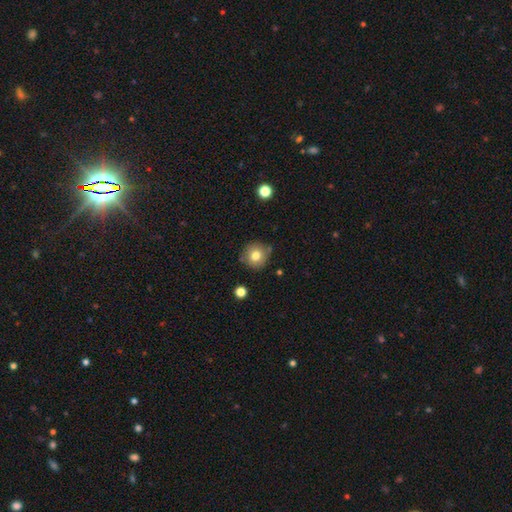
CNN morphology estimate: A smooth galaxy with no disk features (78%) that is round (93%).

Vote fractions:
- Smooth or featured? smooth: 78% / featured or disk: 11% / star or artifact: 11%
- How rounded? round: 93% / in between: 6% / cigar-shaped: 1%
- Merging? none: 80% / minor disturbance: 13% / merger: 4% / major disturbance: 3%